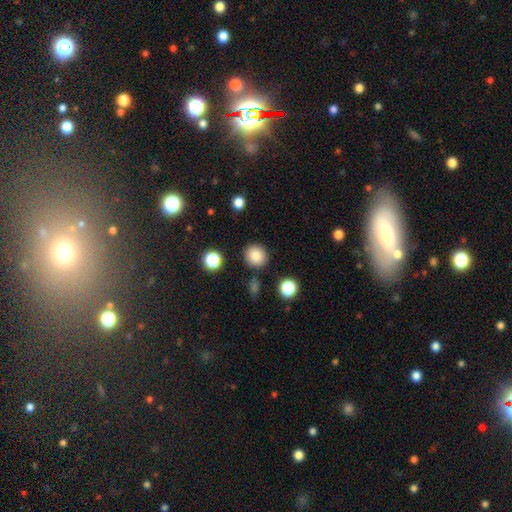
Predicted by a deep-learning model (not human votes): Q: Smooth or featured?
A: smooth (85%); runner-up: star or artifact (10%)
Q: How rounded?
A: round (87%); runner-up: in between (12%)
Q: Merging?
A: none (86%); runner-up: minor disturbance (8%)